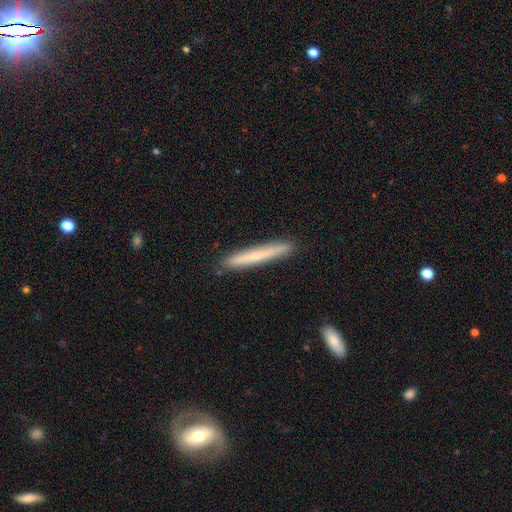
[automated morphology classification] smooth-or-featured: smooth: 67% | featured or disk: 27% | star or artifact: 6%
  how-rounded: cigar-shaped: 97% | in between: 2% | round: 1%
  merging: none: 90% | minor disturbance: 7% | major disturbance: 1% | merger: 1%